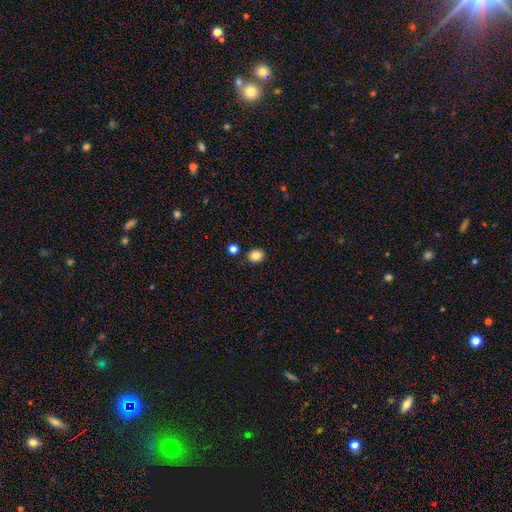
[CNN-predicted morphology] Q: Smooth or featured?
A: smooth (84%); runner-up: star or artifact (10%)
Q: How rounded?
A: round (60%); runner-up: in between (39%)
Q: Merging?
A: none (86%); runner-up: minor disturbance (8%)